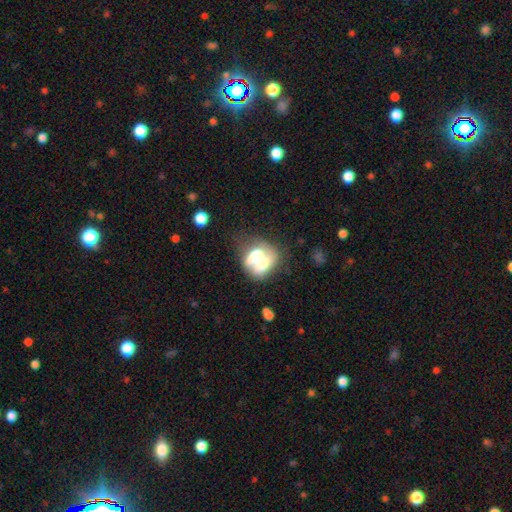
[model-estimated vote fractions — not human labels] The model was most divided on "smooth or featured": smooth: 56%, featured or disk: 37%, star or artifact: 8%. More confident: merging — merger (72%); how rounded — in between (67%).